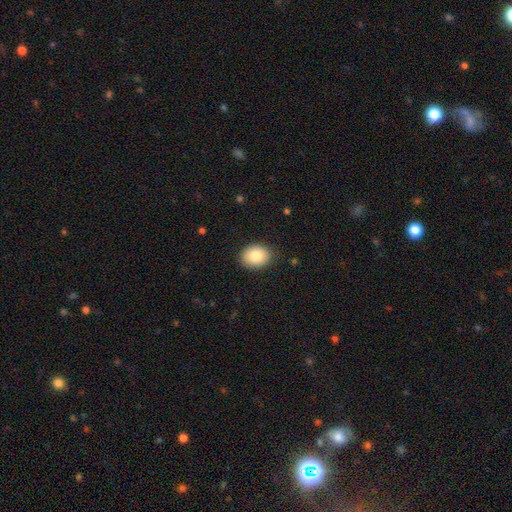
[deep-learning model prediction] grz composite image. It shows a smooth galaxy with no disk features (84%) that is in between round and cigar-shaped (61%). Merging: none (87%).